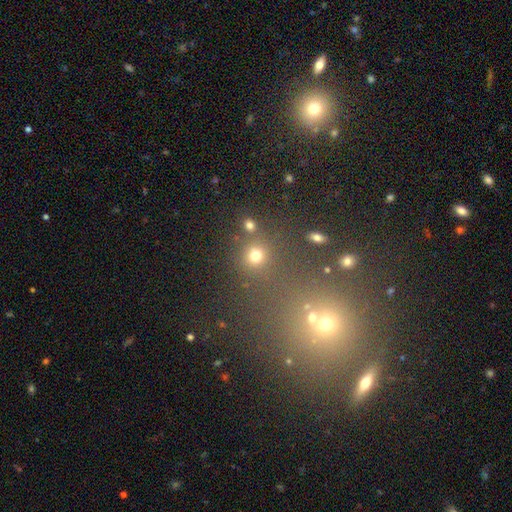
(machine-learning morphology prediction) This is likely a smooth galaxy (72%). How rounded: clearly round (87%). Merging: likely none (76%).